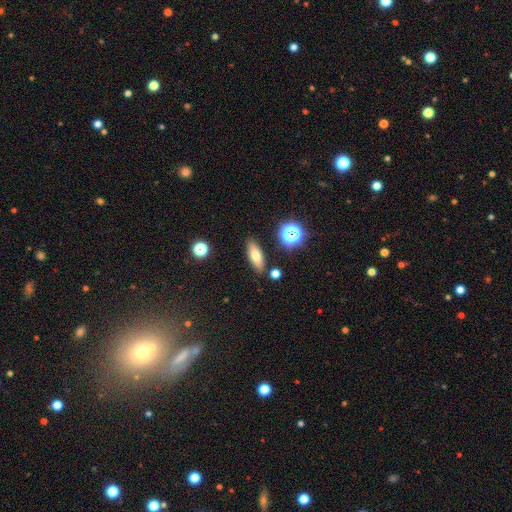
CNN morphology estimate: This is likely a smooth galaxy (70%). How rounded: likely in between (65%). Merging: clearly none (85%).